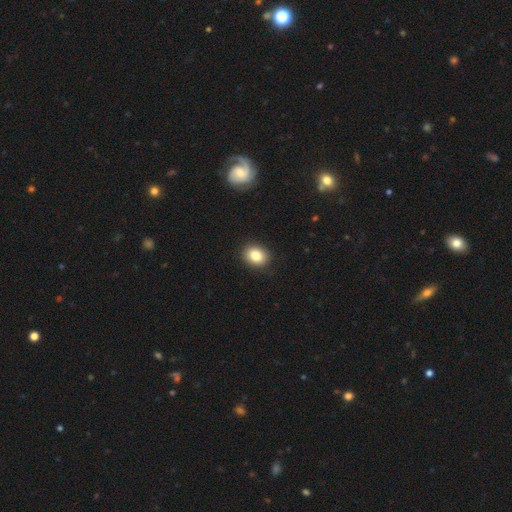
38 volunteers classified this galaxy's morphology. smooth_or_featured: smooth (p=0.87) [alt: star or artifact p=0.08]
how_rounded: in between (p=0.55) [alt: round p=0.42]
merging: none (p=0.89) [alt: minor disturbance p=0.11]